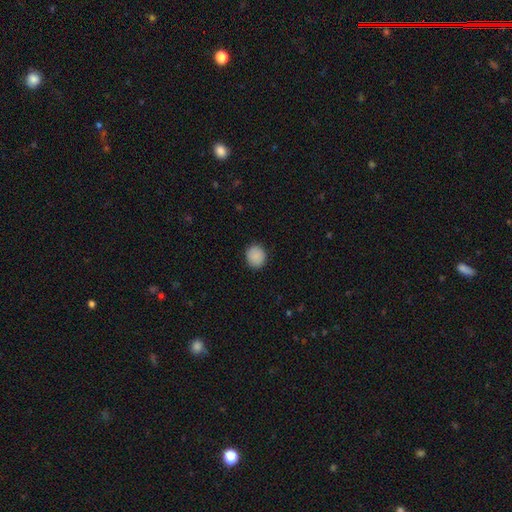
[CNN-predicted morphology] Smooth or featured?
  - smooth: 89% *
  - star or artifact: 8%
  - featured or disk: 4%
How rounded?
  - round: 81% *
  - in between: 18%
  - cigar-shaped: 1%
Merging?
  - none: 89% *
  - minor disturbance: 8%
  - major disturbance: 2%
  - merger: 1%